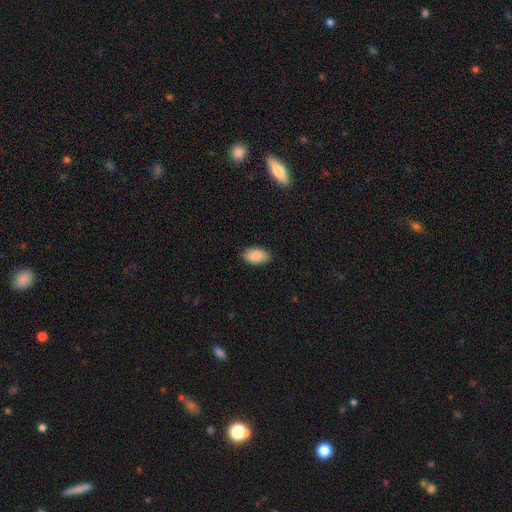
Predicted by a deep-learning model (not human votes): A smooth galaxy with no disk features (89%) that is in between round and cigar-shaped (94%). Merging: none (88%).